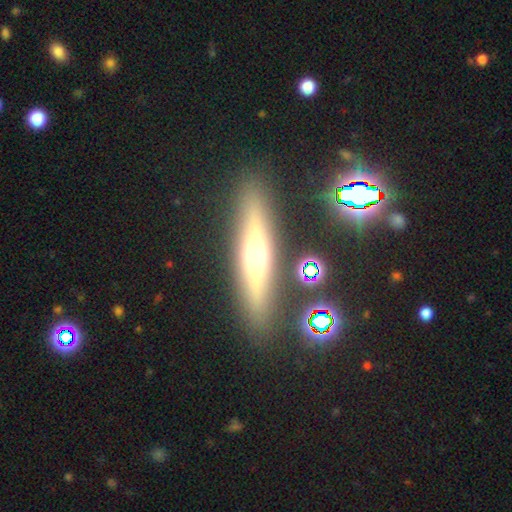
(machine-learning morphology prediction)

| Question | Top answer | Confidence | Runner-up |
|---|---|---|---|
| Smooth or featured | featured or disk | 53% | smooth (35%) |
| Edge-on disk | yes | 90% | no (10%) |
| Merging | none | 87% | minor disturbance (8%) |